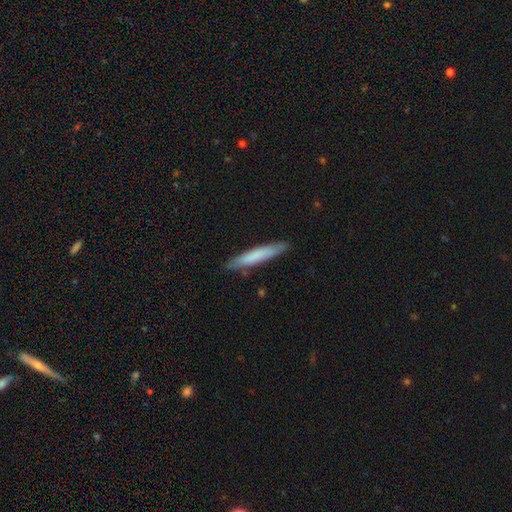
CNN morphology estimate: Smooth or featured?
  - smooth: 72% *
  - featured or disk: 22%
  - star or artifact: 5%
How rounded?
  - cigar-shaped: 93% *
  - in between: 6%
  - round: 1%
Merging?
  - none: 87% *
  - minor disturbance: 10%
  - major disturbance: 2%
  - merger: 1%